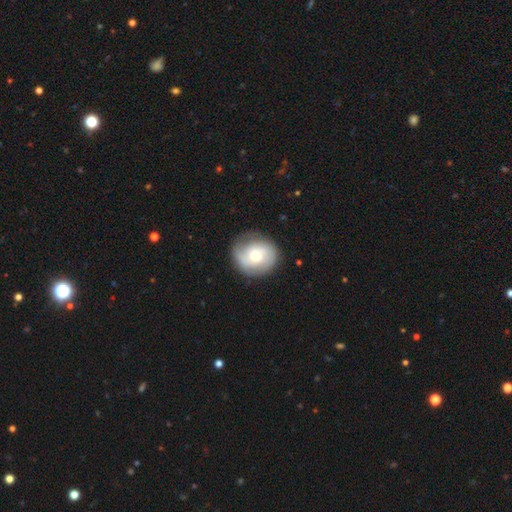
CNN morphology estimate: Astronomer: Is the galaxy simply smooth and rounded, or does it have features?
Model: featured or disk — 47% (runner-up: smooth, 46%).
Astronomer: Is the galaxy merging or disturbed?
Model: none — 76%.